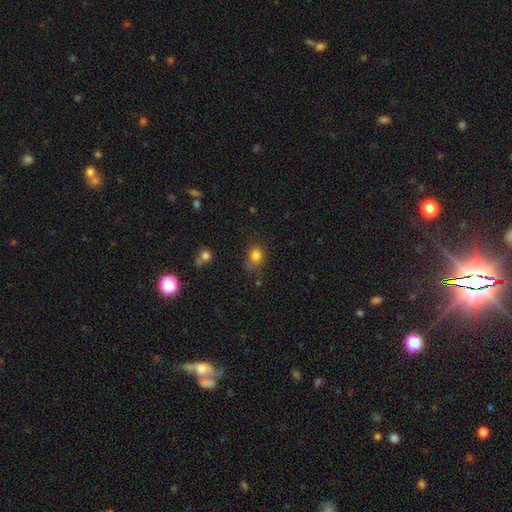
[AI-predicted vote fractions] This appears to be a smooth galaxy with no disk features (82%) that is round (71%). Merging: none (65%).